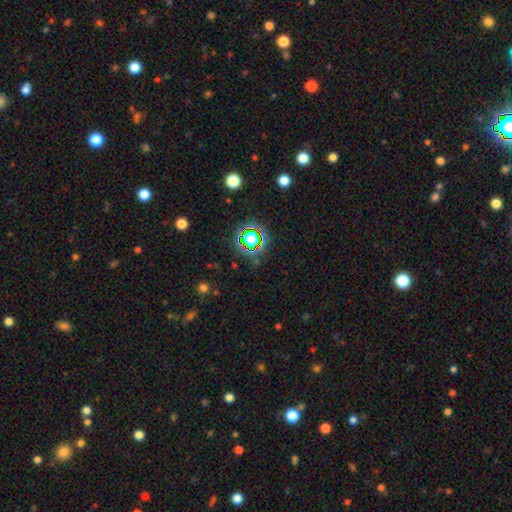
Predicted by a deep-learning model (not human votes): Morphology: type=star or artifact (75%).